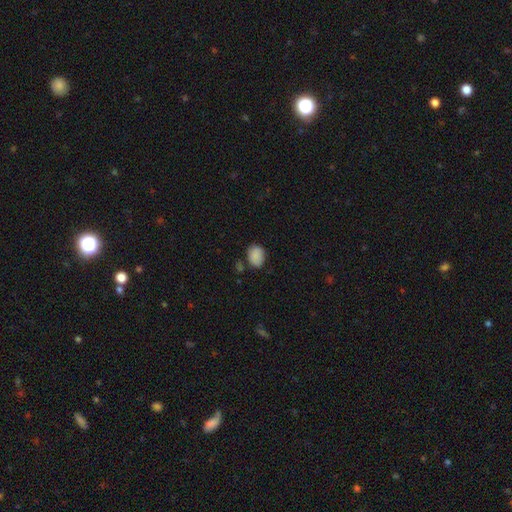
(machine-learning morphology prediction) This is clearly a smooth galaxy (87%). How rounded: likely in between (62%). Merging: likely none (70%).